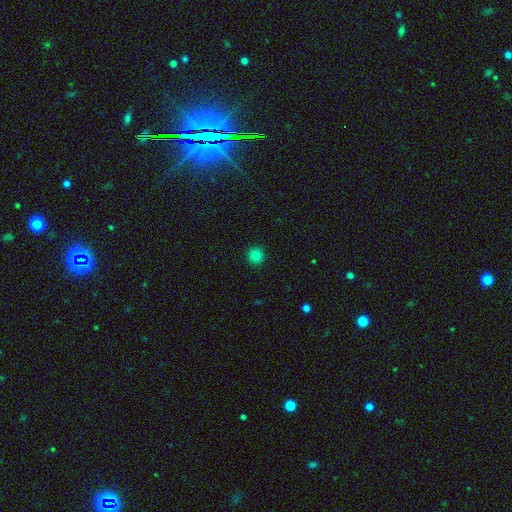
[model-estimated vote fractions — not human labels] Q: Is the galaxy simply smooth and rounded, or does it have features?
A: smooth — 82%.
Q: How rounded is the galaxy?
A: round — 94%.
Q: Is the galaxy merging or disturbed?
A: none — 93%.